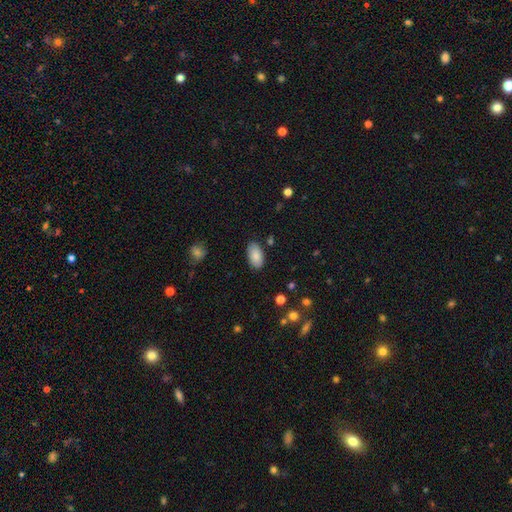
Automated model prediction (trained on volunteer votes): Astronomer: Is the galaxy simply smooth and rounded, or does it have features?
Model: smooth — 86%.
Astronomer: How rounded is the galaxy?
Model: in between — 95%.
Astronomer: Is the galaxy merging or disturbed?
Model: none — 85%.